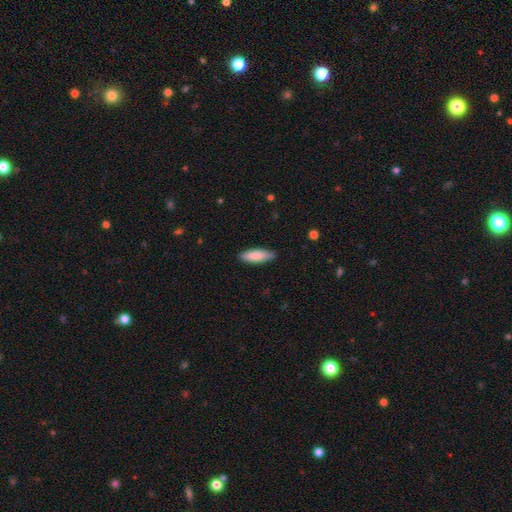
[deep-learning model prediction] smooth_or_featured: smooth (p=0.85) [alt: featured or disk p=0.10]
how_rounded: in between (p=0.54) [alt: cigar-shaped p=0.45]
merging: none (p=0.86) [alt: minor disturbance p=0.11]